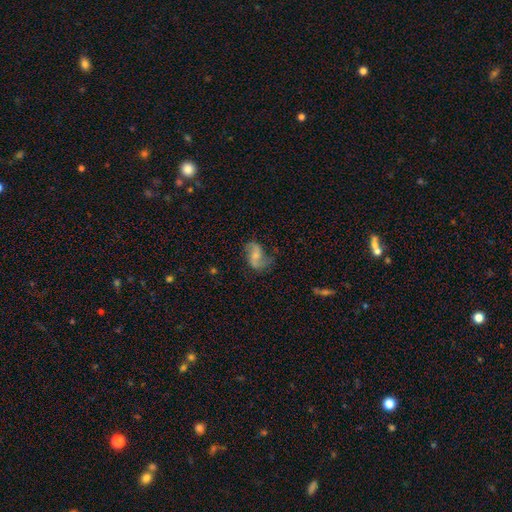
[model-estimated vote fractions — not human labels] Smooth or featured? Predicted: featured or disk (p=0.64). Edge-on disk? Predicted: no (p=0.97). Bar? Predicted: no (p=0.47). Spiral arms? Predicted: yes (p=0.89). Spiral winding? Predicted: loose (p=0.61). Spiral arm count? Predicted: 2 (p=0.87). Bulge size? Predicted: small (p=0.44). Merging? Predicted: none (p=0.57).